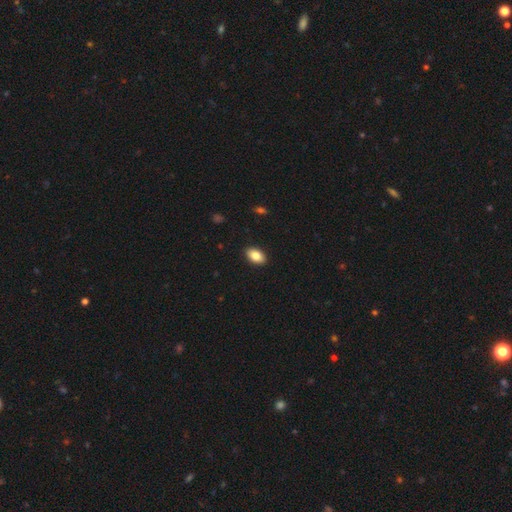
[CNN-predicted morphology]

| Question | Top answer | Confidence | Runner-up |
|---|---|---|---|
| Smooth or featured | smooth | 85% | featured or disk (8%) |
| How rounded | in between | 92% | round (6%) |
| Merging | none | 90% | minor disturbance (7%) |